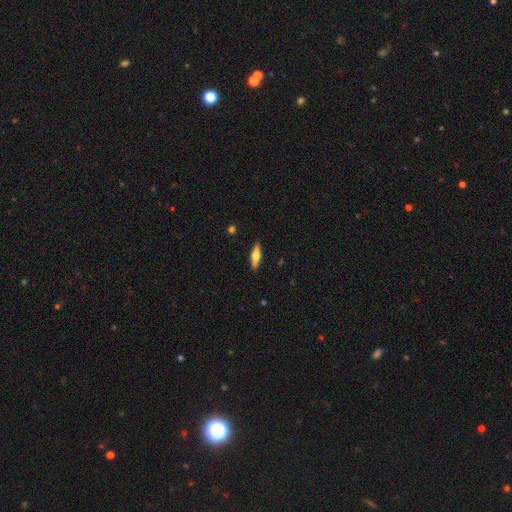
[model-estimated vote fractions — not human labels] Smooth or featured: featured or disk — 49% (smooth — 45%)
Merging: none — 90% (minor disturbance — 7%)